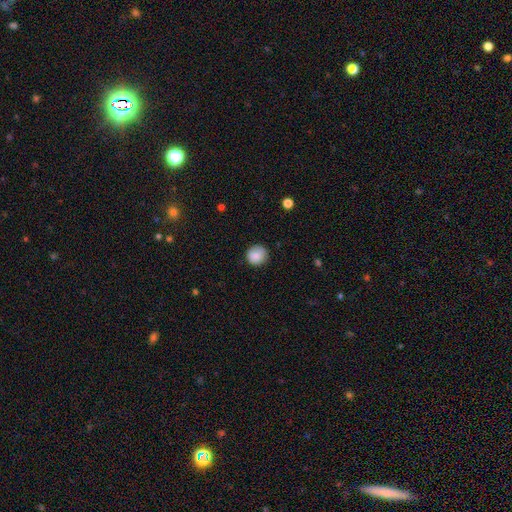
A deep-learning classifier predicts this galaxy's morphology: Smooth or featured? Predicted: smooth (p=0.86). How rounded? Predicted: round (p=0.91). Merging? Predicted: none (p=0.83).